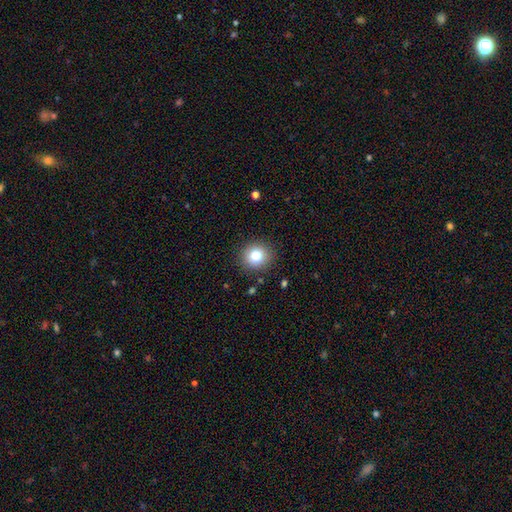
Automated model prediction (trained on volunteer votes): A smooth galaxy with no disk features (81%) that is round (85%).

Vote fractions:
- Smooth or featured? smooth: 81% / star or artifact: 11% / featured or disk: 8%
- How rounded? round: 85% / in between: 14% / cigar-shaped: 1%
- Merging? none: 89% / minor disturbance: 8% / major disturbance: 3% / merger: 1%